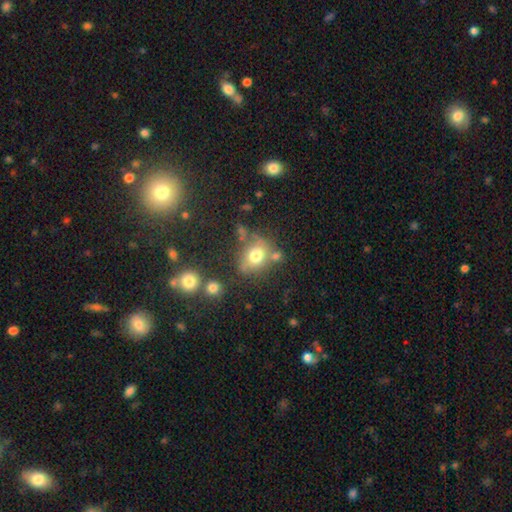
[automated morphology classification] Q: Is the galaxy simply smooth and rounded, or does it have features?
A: smooth — 71%.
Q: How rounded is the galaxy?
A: round — 56%.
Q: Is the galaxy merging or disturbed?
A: none — 59%.